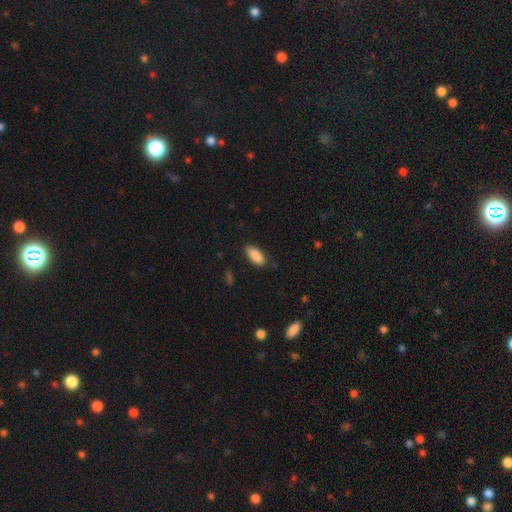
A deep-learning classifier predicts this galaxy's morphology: The model was most divided on "merging": none: 84%, minor disturbance: 12%, major disturbance: 3%, merger: 1%. More confident: smooth or featured — smooth (89%); how rounded — in between (87%).